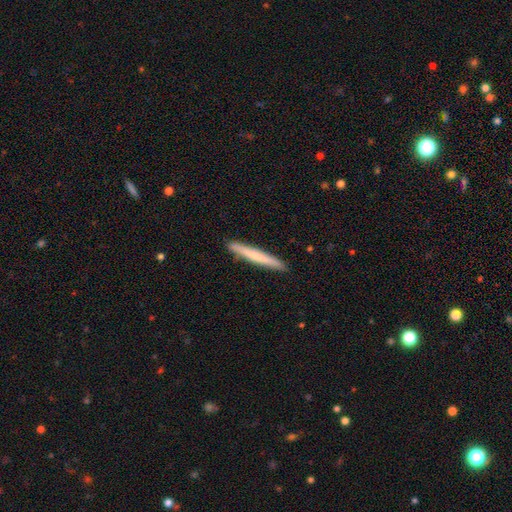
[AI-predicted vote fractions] A smooth galaxy with no disk features (62%) that is cigar-shaped (97%).

Vote fractions:
- Smooth or featured? smooth: 62% / featured or disk: 32% / star or artifact: 5%
- How rounded? cigar-shaped: 97% / in between: 2% / round: 1%
- Merging? none: 91% / minor disturbance: 6% / major disturbance: 1% / merger: 1%